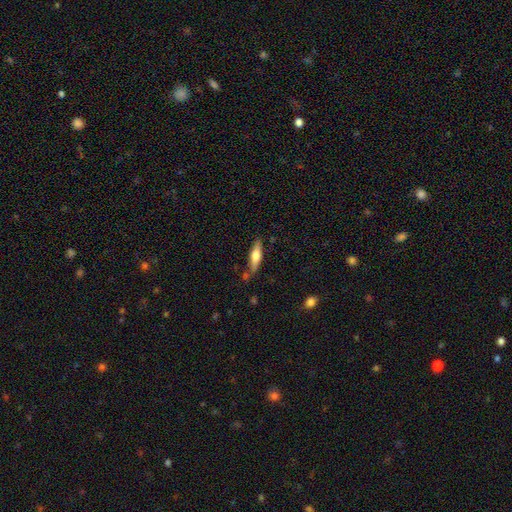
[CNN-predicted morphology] Smooth or featured? Predicted: smooth (p=0.53). How rounded? Predicted: cigar-shaped (p=0.67). Merging? Predicted: none (p=0.78).